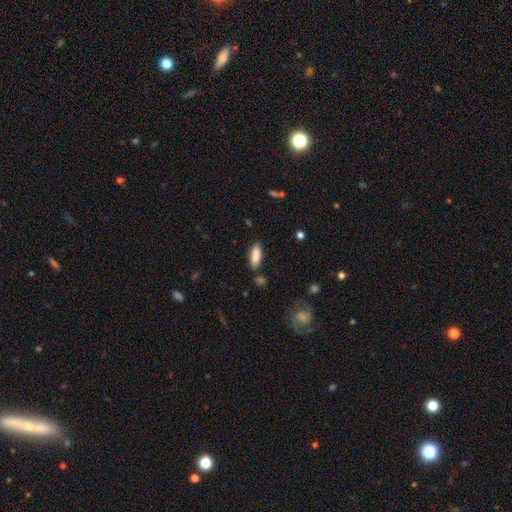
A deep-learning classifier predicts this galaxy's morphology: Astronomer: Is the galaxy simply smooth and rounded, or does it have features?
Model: smooth — 86%.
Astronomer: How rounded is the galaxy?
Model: in between — 64%.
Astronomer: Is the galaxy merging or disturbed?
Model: none — 84%.